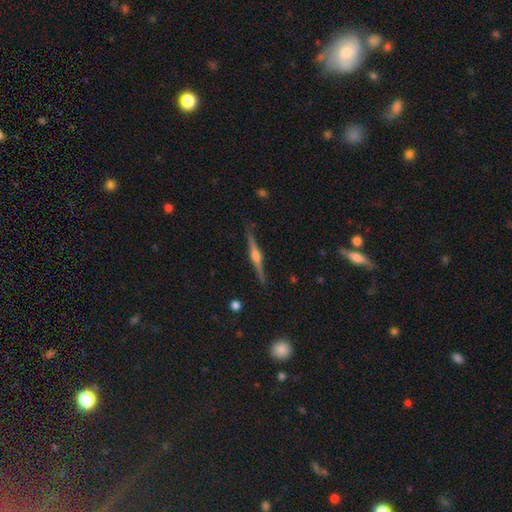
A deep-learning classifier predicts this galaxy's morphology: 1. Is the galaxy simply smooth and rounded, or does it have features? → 82% featured or disk, 12% smooth, 6% star or artifact.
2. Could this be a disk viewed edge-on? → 98% yes, 2% no.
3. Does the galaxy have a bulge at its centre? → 91% rounded, 6% boxy, 3% none.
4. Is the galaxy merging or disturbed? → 89% none, 8% minor disturbance, 2% major disturbance, 1% merger.